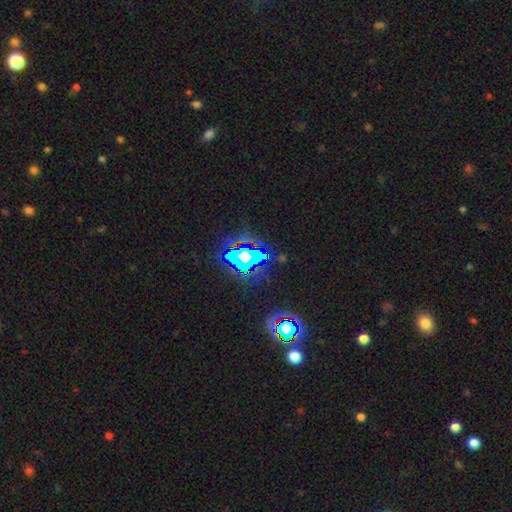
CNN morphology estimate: Smooth or featured?
  - star or artifact: 80% *
  - smooth: 11%
  - featured or disk: 9%